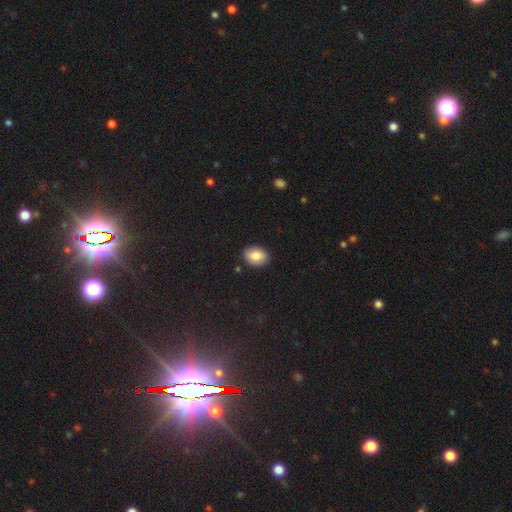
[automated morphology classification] This is clearly a smooth galaxy (86%). How rounded: likely in between (71%). Merging: clearly none (88%).